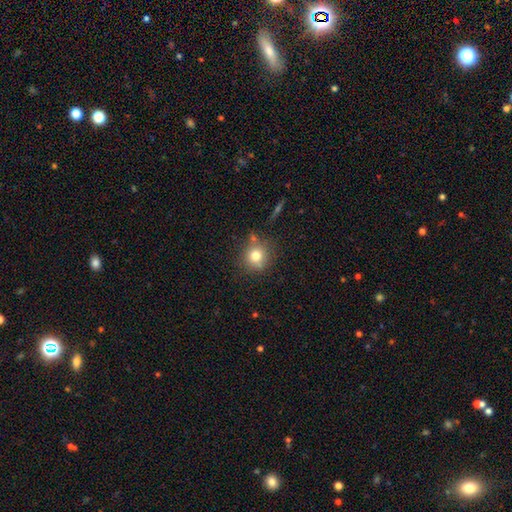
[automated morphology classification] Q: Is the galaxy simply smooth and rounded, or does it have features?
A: smooth — 76%.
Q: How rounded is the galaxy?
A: round — 89%.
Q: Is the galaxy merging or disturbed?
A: none — 74%.